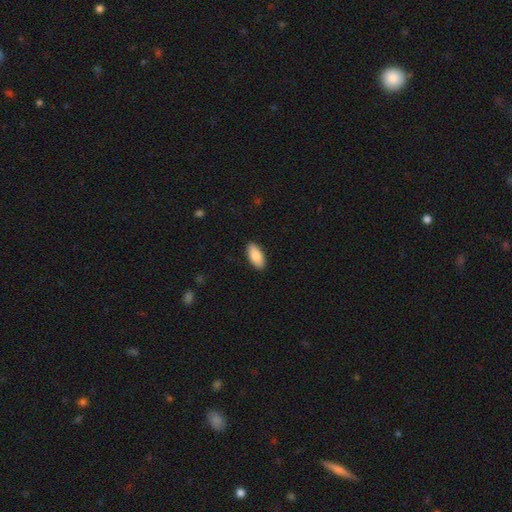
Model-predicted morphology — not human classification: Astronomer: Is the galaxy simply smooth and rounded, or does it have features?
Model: smooth — 88%.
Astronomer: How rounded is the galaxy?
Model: in between — 91%.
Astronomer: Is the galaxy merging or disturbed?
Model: none — 90%.